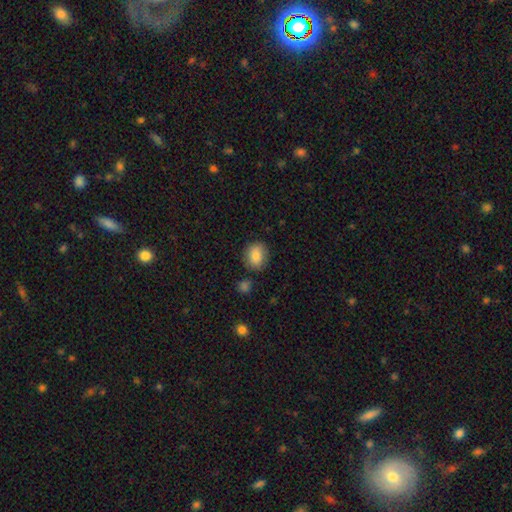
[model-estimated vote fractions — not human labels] Smooth or featured? Predicted: smooth (p=0.85). How rounded? Predicted: round (p=0.55). Merging? Predicted: none (p=0.81).